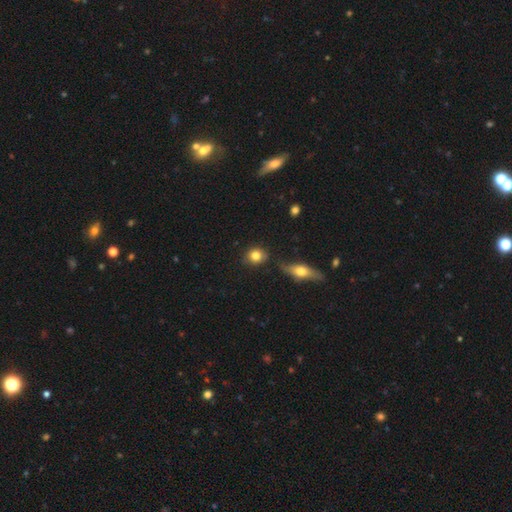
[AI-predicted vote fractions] This is clearly a smooth galaxy (82%). How rounded: likely round (77%). Merging: likely none (79%).